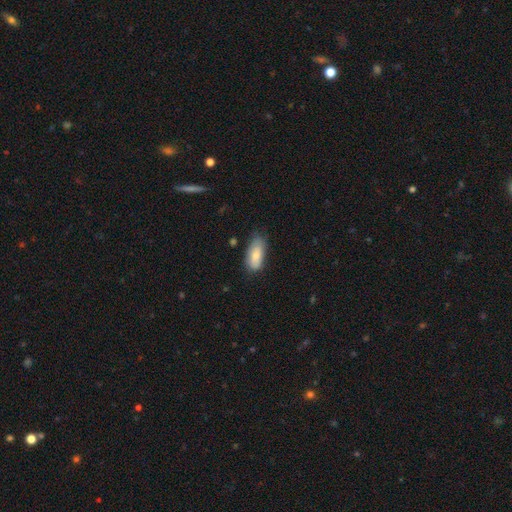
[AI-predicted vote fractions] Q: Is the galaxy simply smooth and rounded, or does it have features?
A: smooth — 79%.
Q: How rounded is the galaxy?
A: in between — 88%.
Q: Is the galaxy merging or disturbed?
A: none — 66%.